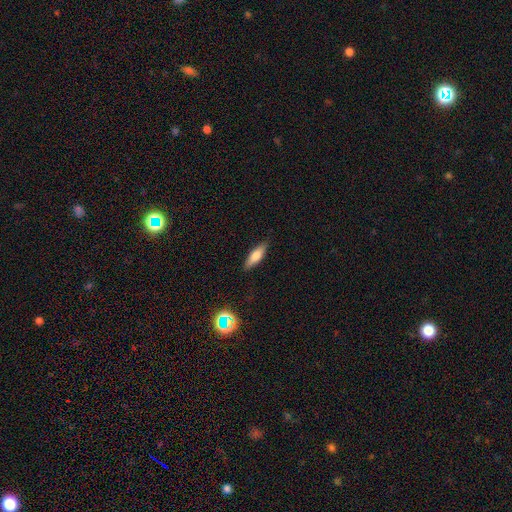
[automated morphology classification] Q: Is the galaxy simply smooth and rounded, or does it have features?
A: smooth — 69%.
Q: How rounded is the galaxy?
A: in between — 50%.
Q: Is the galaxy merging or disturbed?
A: none — 86%.